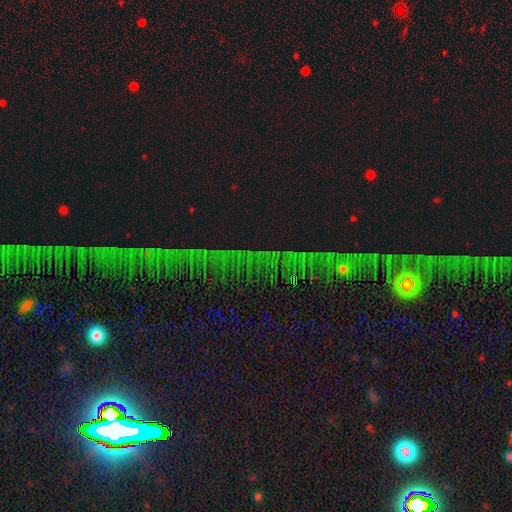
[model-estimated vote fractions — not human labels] Morphology: type=star or artifact (78%).